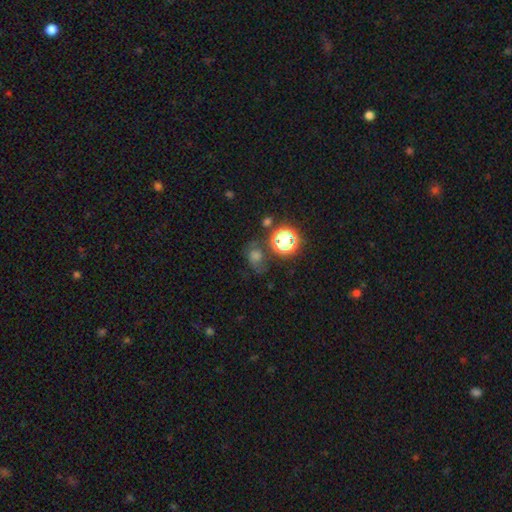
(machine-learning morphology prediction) Smooth or featured?
  - smooth: 44% *
  - star or artifact: 40%
  - featured or disk: 16%
Merging?
  - none: 64% *
  - minor disturbance: 17%
  - major disturbance: 10%
  - merger: 9%